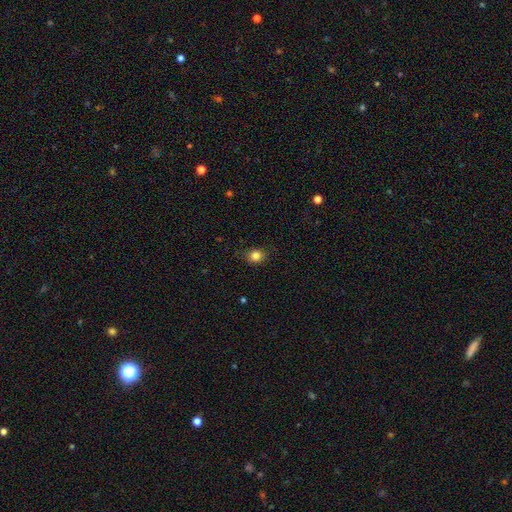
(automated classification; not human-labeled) A smooth galaxy with no disk features (84%) that is round (61%).

Vote fractions:
- Smooth or featured? smooth: 84% / star or artifact: 11% / featured or disk: 5%
- How rounded? round: 61% / in between: 38% / cigar-shaped: 1%
- Merging? none: 84% / minor disturbance: 12% / major disturbance: 3% / merger: 1%